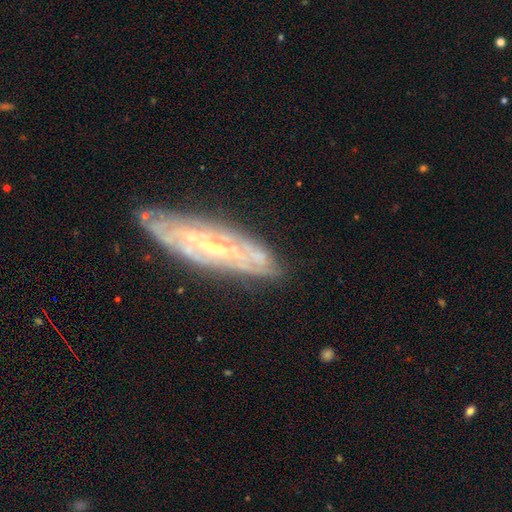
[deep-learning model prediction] smooth-or-featured: featured or disk: 68% | smooth: 20% | star or artifact: 12%
  disk-edge-on: no: 73% | yes: 27%
  merging: none: 70% | minor disturbance: 19% | major disturbance: 8% | merger: 3%